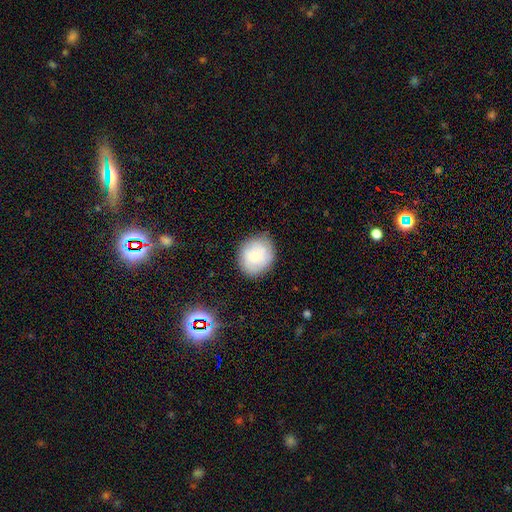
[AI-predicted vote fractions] smooth_or_featured: smooth (p=0.81) [alt: featured or disk p=0.12]
how_rounded: round (p=0.67) [alt: in between p=0.32]
merging: none (p=0.81) [alt: minor disturbance p=0.15]